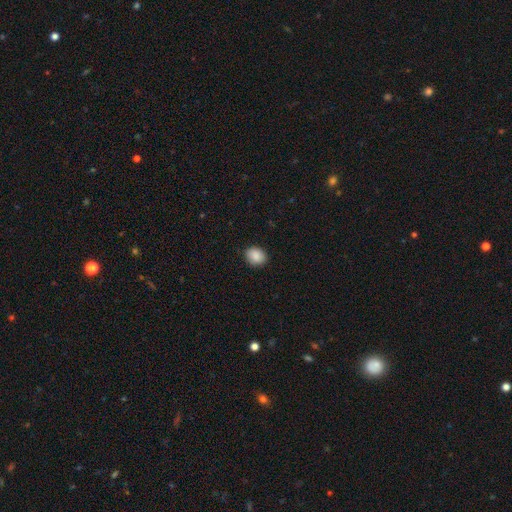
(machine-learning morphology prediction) The model was most divided on "how rounded": round: 58%, in between: 41%, cigar-shaped: 1%. More confident: smooth or featured — smooth (89%); merging — none (89%).